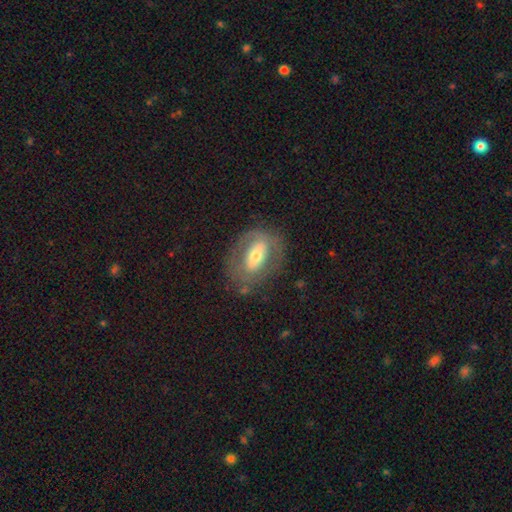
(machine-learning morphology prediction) smooth_or_featured: featured or disk (p=0.54) [alt: smooth p=0.39]
disk_edge_on: no (p=0.89) [alt: yes p=0.11]
merging: none (p=0.68) [alt: minor disturbance p=0.18]